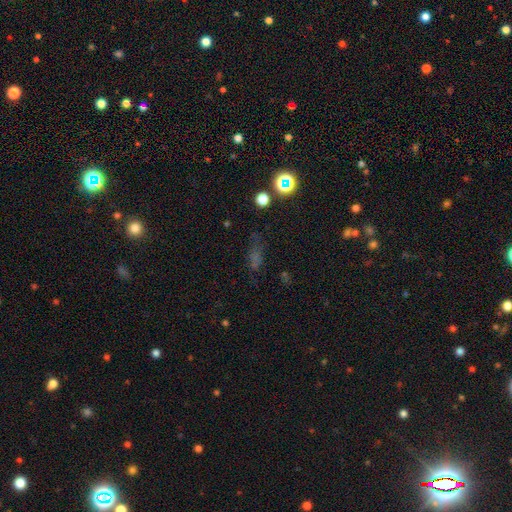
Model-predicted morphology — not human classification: star or artifact 42%, smooth 41%, featured or disk 17%.